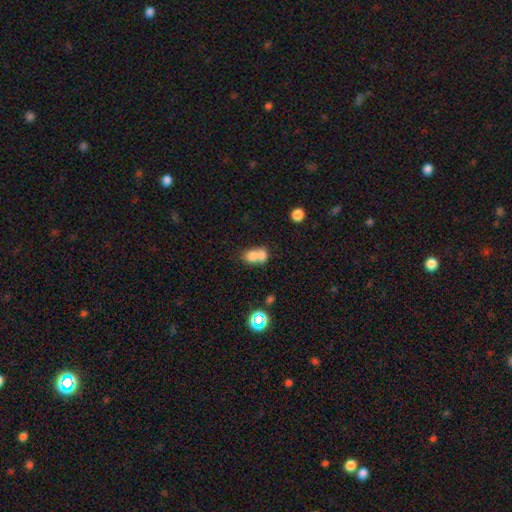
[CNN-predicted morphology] The model was most divided on "how rounded": round: 50%, in between: 48%, cigar-shaped: 1%. More confident: smooth or featured — smooth (72%); merging — merger (68%).